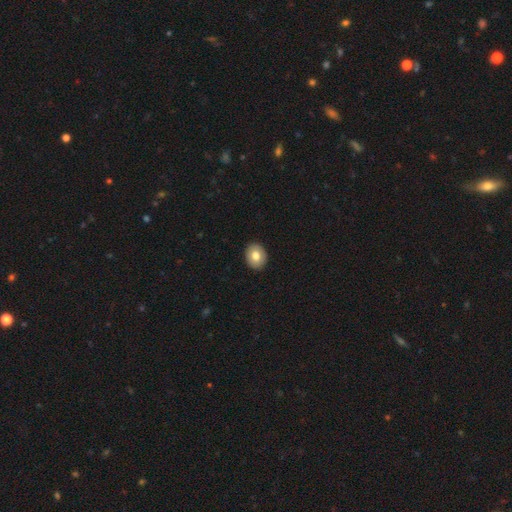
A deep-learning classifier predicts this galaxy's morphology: smooth_or_featured: smooth (p=0.78) [alt: featured or disk p=0.15]
how_rounded: round (p=0.52) [alt: in between p=0.48]
merging: none (p=0.92) [alt: minor disturbance p=0.05]